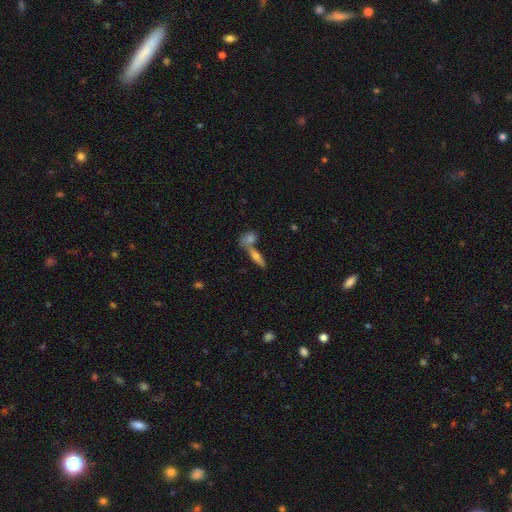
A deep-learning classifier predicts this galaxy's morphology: smooth-or-featured: smooth: 54% | featured or disk: 36% | star or artifact: 9%
  how-rounded: cigar-shaped: 60% | in between: 35% | round: 5%
  merging: none: 49% | merger: 39% | minor disturbance: 8% | major disturbance: 3%